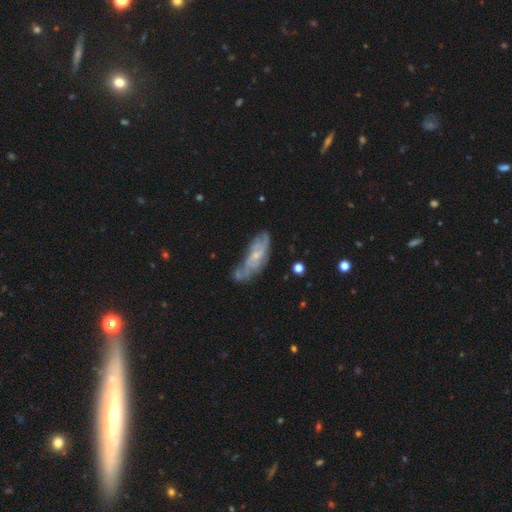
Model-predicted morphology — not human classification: Q: Smooth or featured?
A: featured or disk (66%); runner-up: smooth (27%)
Q: Edge-on disk?
A: no (83%); runner-up: yes (17%)
Q: Bar?
A: no (64%); runner-up: weak (30%)
Q: Spiral arms?
A: yes (71%); runner-up: no (29%)
Q: Bulge size?
A: small (67%); runner-up: moderate (24%)
Q: Merging?
A: none (48%); runner-up: minor disturbance (28%)